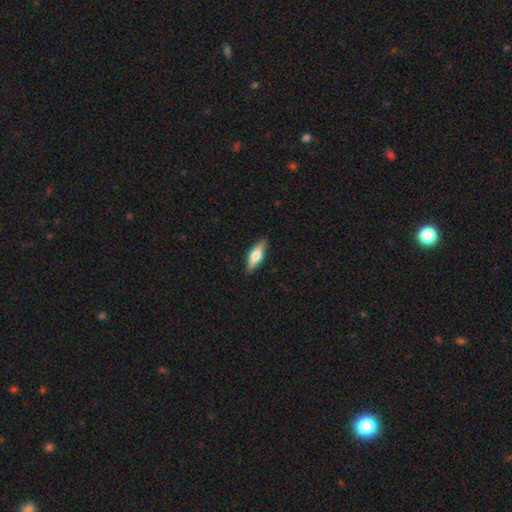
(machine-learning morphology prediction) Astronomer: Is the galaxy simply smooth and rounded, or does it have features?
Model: smooth — 60%.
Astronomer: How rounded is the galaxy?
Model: in between — 54% (runner-up: cigar-shaped, 44%).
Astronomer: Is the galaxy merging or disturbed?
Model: none — 88%.